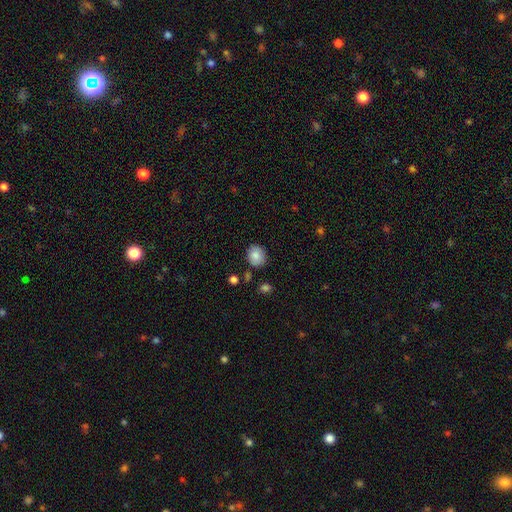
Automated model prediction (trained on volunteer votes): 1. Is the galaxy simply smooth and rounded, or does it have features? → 83% smooth, 9% star or artifact, 8% featured or disk.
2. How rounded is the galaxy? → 68% round, 31% in between, 1% cigar-shaped.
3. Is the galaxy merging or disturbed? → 81% none, 13% minor disturbance, 3% merger, 3% major disturbance.